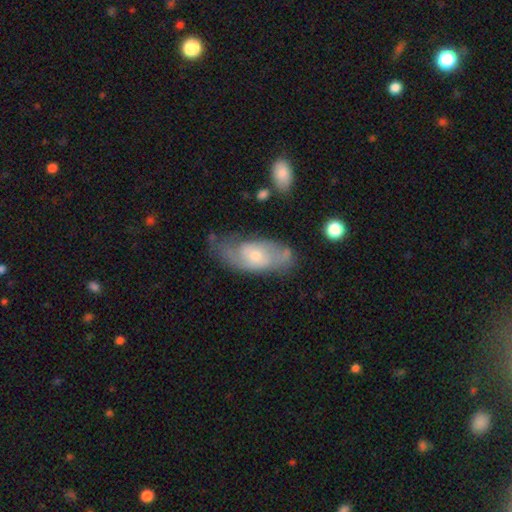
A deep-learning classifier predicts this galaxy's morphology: Smooth or featured: featured or disk — 64% (smooth — 29%)
Edge-on disk: no — 90% (yes — 10%)
Bar: no — 73% (weak — 23%)
Spiral arms: yes — 77% (no — 23%)
Bulge size: small — 53% (moderate — 43%)
Merging: none — 55% (minor disturbance — 27%)